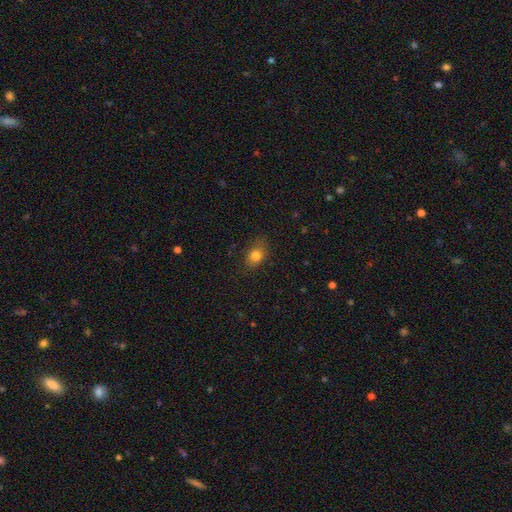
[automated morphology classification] A smooth galaxy with no disk features (80%) that is in between round and cigar-shaped (60%). Merging: none (80%).